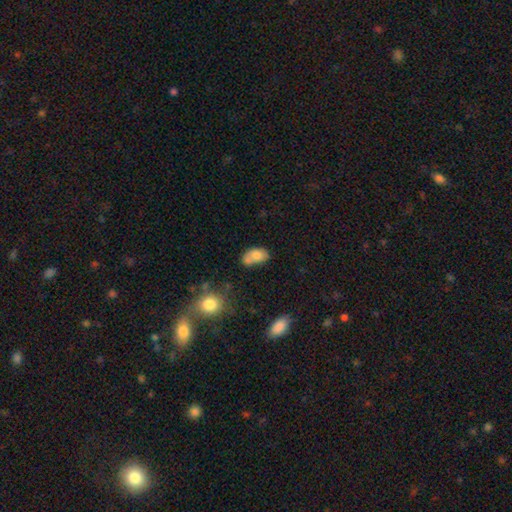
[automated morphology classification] smooth_or_featured: smooth (p=0.75) [alt: featured or disk p=0.15]
how_rounded: in between (p=0.86) [alt: round p=0.12]
merging: merger (p=0.36) [alt: none p=0.34]